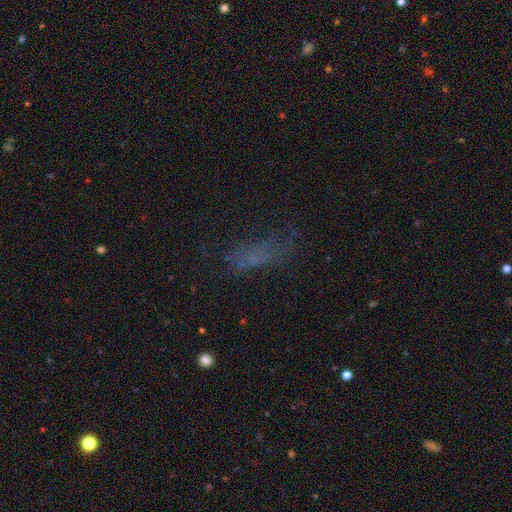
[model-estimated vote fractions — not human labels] smooth-or-featured: smooth: 52% | star or artifact: 25% | featured or disk: 23%
  how-rounded: in between: 60% | cigar-shaped: 35% | round: 5%
  merging: none: 49% | major disturbance: 25% | minor disturbance: 23% | merger: 3%